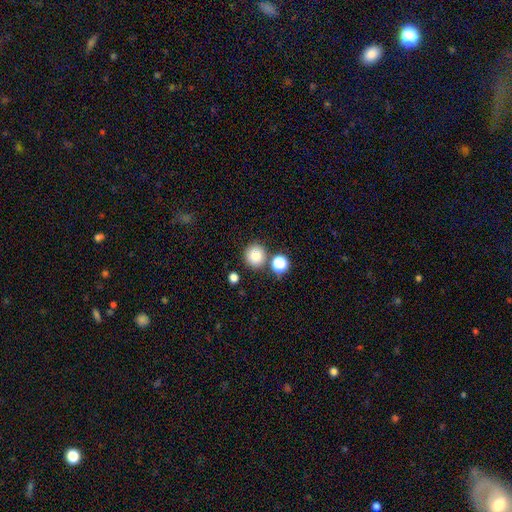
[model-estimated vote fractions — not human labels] Smooth or featured? smooth (82%)
How rounded? round (92%)
Merging? none (79%)